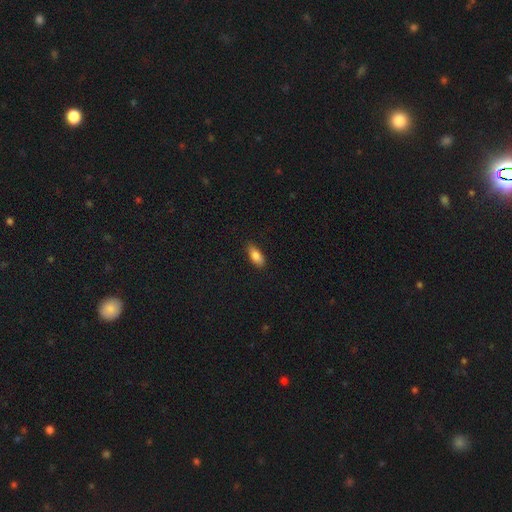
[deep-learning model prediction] A smooth galaxy with no disk features (83%) that is in between round and cigar-shaped (84%). Merging: none (84%).